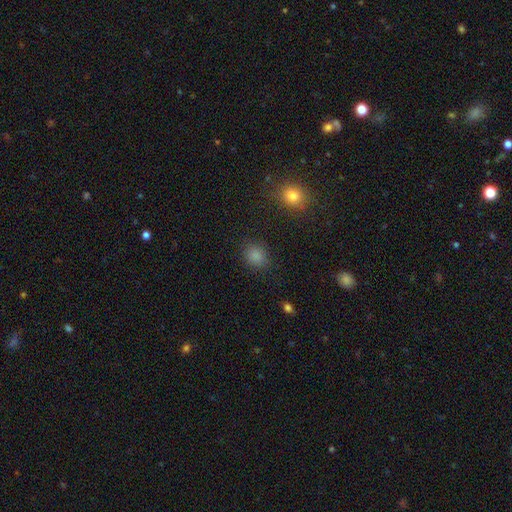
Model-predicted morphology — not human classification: Overall: smooth (84%). How rounded: round (67%; in between 32%). Merging: none (85%).